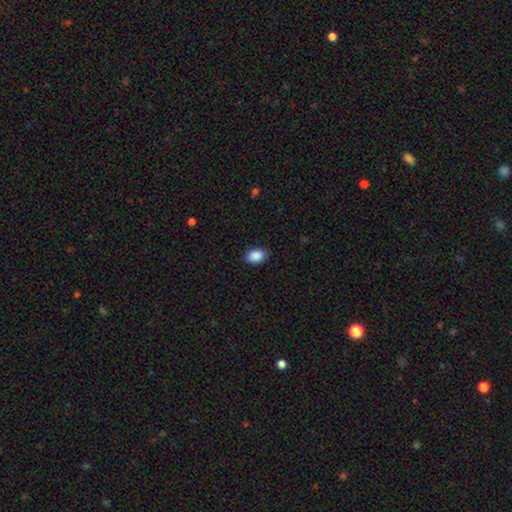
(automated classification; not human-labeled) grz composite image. It shows a smooth galaxy with no disk features (90%) that is in between round and cigar-shaped (83%). Merging: none (86%).